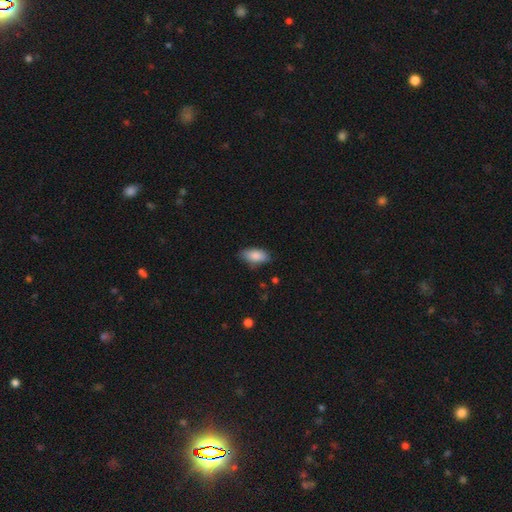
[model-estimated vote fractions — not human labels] smooth_or_featured: smooth (p=0.86) [alt: featured or disk p=0.08]
how_rounded: in between (p=0.91) [alt: cigar-shaped p=0.06]
merging: none (p=0.76) [alt: minor disturbance p=0.19]